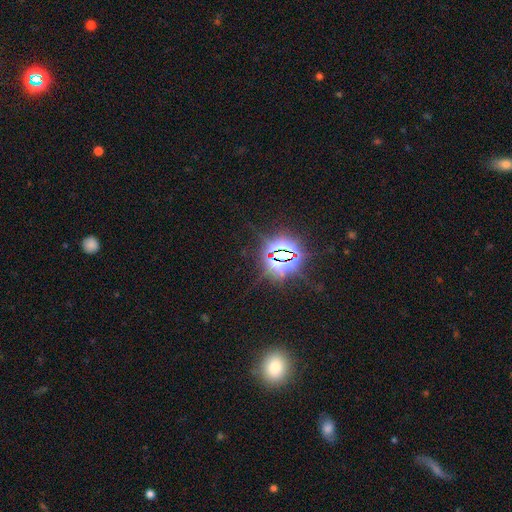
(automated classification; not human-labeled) This is clearly a star or artifact rather than a galaxy (82%).